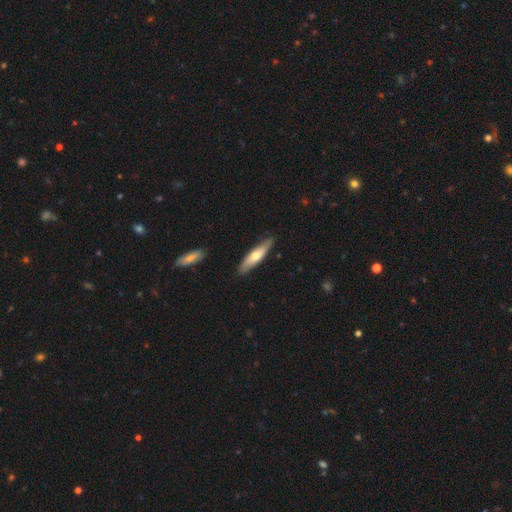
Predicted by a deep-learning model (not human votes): Overall: smooth (57%; featured or disk 38%). How rounded: cigar-shaped (73%). Merging: none (85%).